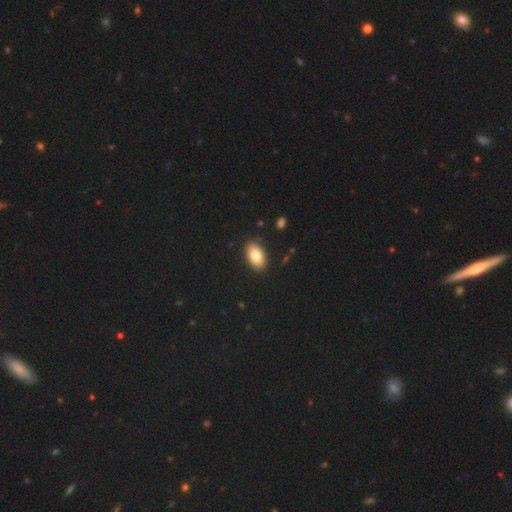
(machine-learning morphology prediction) Smooth or featured: smooth — 79% (featured or disk — 14%)
How rounded: in between — 92% (round — 5%)
Merging: none — 89% (minor disturbance — 8%)